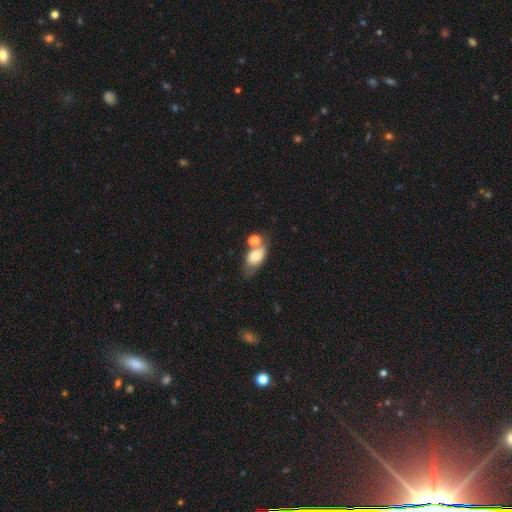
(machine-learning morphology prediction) A smooth galaxy with no disk features (74%) that is in between round and cigar-shaped (85%).

Vote fractions:
- Smooth or featured? smooth: 74% / featured or disk: 18% / star or artifact: 9%
- How rounded? in between: 85% / round: 12% / cigar-shaped: 4%
- Merging? none: 38% / merger: 35% / minor disturbance: 17% / major disturbance: 9%